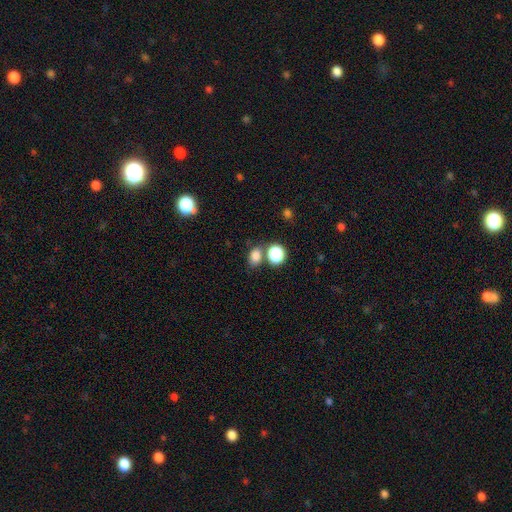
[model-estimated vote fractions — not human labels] A smooth galaxy with no disk features (80%) that is in between round and cigar-shaped (59%).

Vote fractions:
- Smooth or featured? smooth: 80% / star or artifact: 15% / featured or disk: 5%
- How rounded? in between: 59% / round: 40% / cigar-shaped: 1%
- Merging? none: 64% / merger: 21% / minor disturbance: 11% / major disturbance: 4%